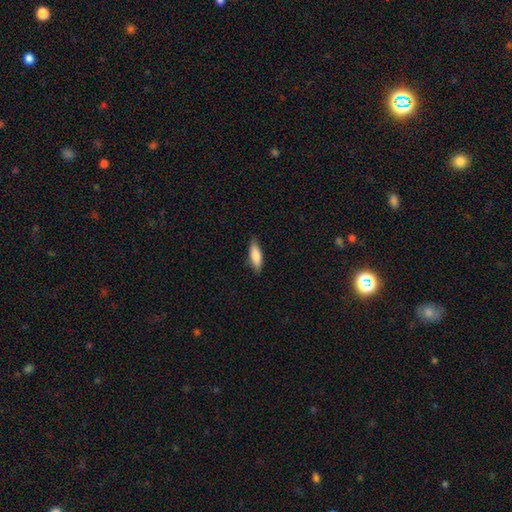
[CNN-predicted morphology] The model was most divided on "how rounded": in between: 53%, cigar-shaped: 45%, round: 2%. More confident: merging — none (84%); smooth or featured — smooth (83%).